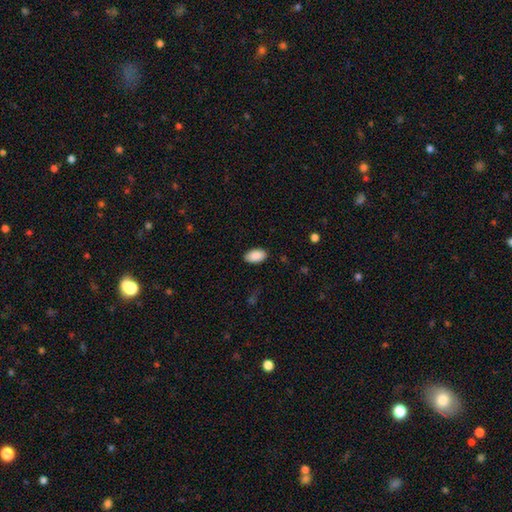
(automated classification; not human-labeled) smooth 91%, star or artifact 6%, featured or disk 3%. Down the decision tree: how rounded — in between (95%); merging — none (87%).